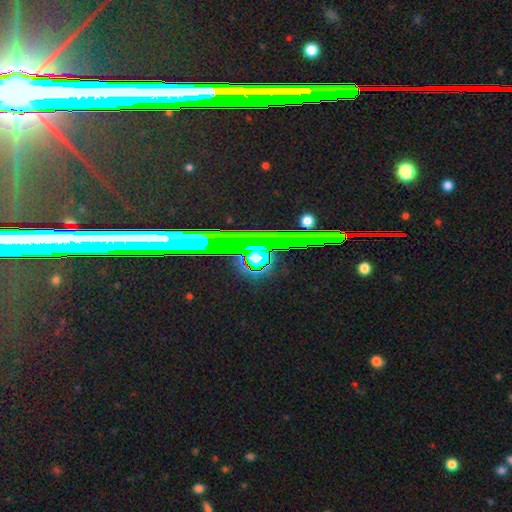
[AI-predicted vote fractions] Overall: star or artifact (77%).